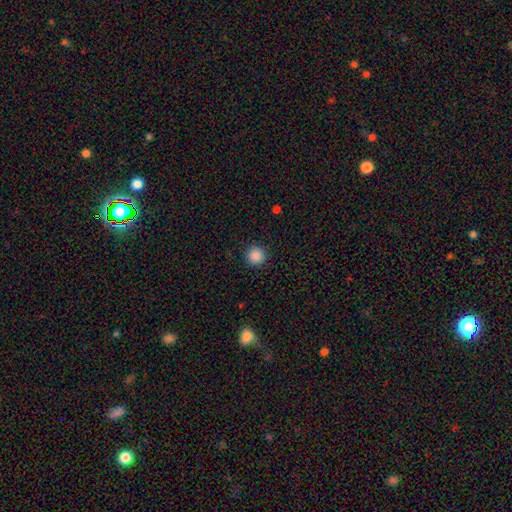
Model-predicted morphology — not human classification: Q: Smooth or featured?
A: smooth (88%); runner-up: star or artifact (9%)
Q: How rounded?
A: round (95%); runner-up: in between (4%)
Q: Merging?
A: none (92%); runner-up: minor disturbance (5%)